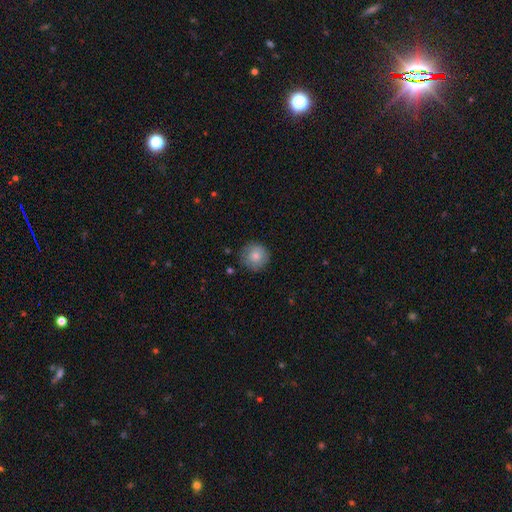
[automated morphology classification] A smooth galaxy with no disk features (80%) that is round (94%). Merging: none (83%).